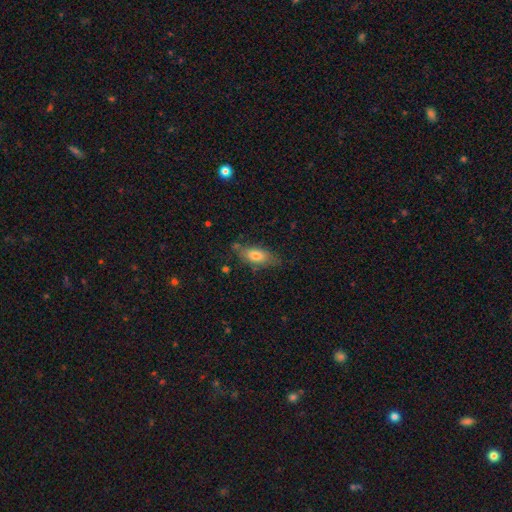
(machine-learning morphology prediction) Overall: smooth (72%). How rounded: in between (77%). Merging: none (67%).